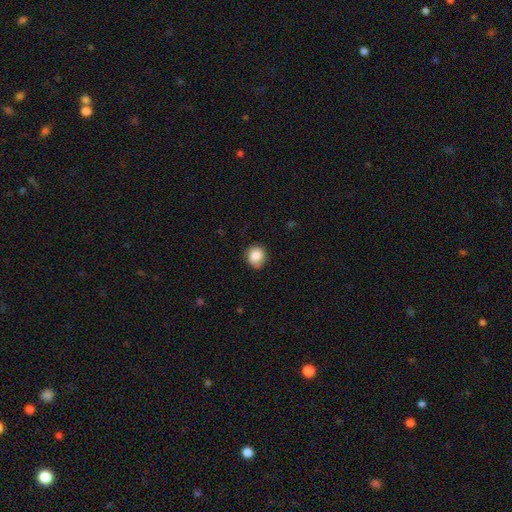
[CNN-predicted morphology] This appears to be a smooth galaxy with no disk features (87%) that is round (82%). Merging: none (80%).